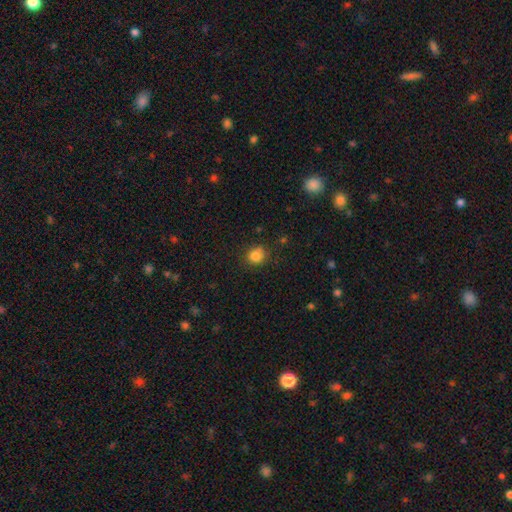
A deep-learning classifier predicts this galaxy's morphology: Smooth or featured?
  - smooth: 84% *
  - star or artifact: 11%
  - featured or disk: 5%
How rounded?
  - round: 84% *
  - in between: 15%
  - cigar-shaped: 1%
Merging?
  - none: 83% *
  - minor disturbance: 12%
  - major disturbance: 3%
  - merger: 2%